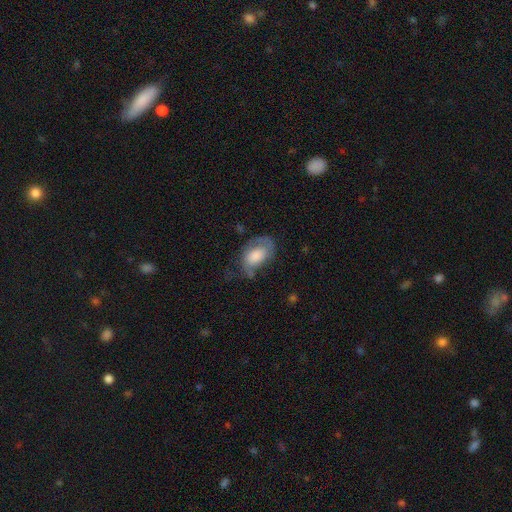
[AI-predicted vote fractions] Smooth or featured? Predicted: smooth (p=0.57). How rounded? Predicted: in between (p=0.89). Merging? Predicted: none (p=0.37).